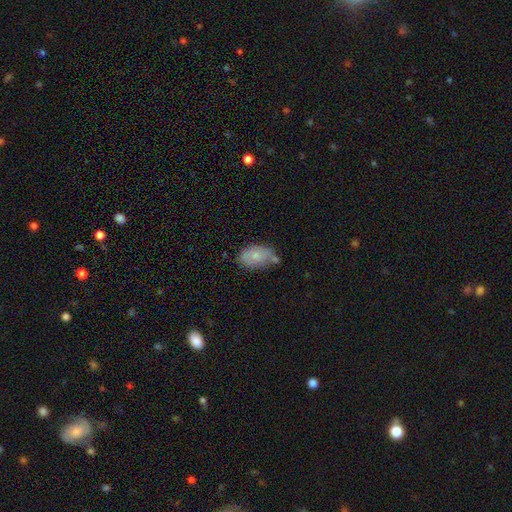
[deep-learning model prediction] A smooth galaxy with no disk features (73%) that is in between round and cigar-shaped (90%). Merging: none (51%).